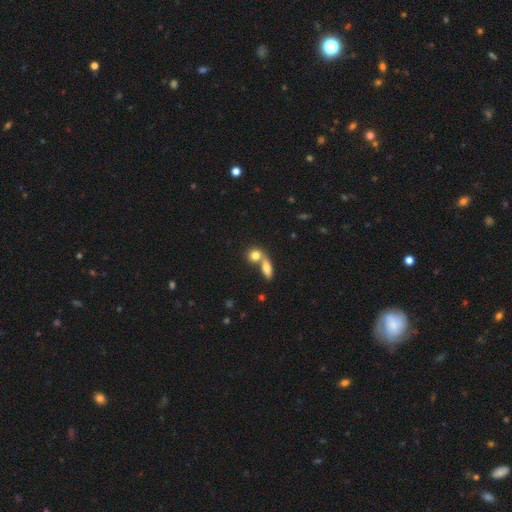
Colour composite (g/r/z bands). It shows a smooth galaxy with no disk features (86%) that is round (56%). Merging: merger (72%).